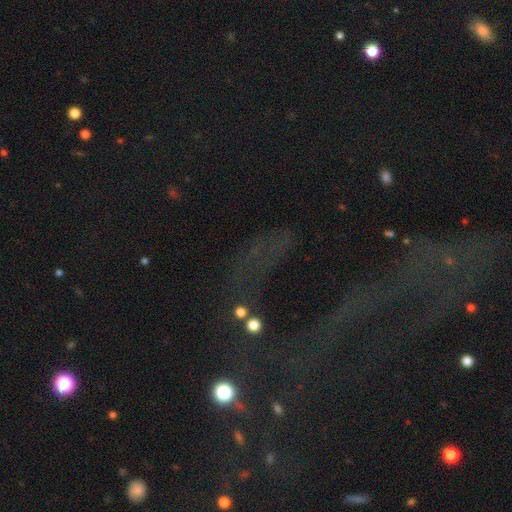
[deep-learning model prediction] This is likely a star or artifact rather than a galaxy (73%).